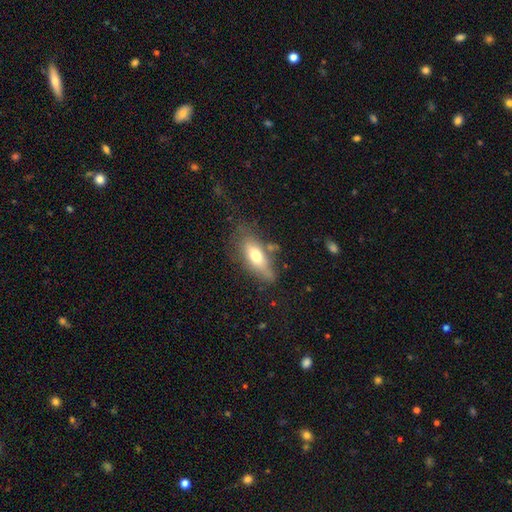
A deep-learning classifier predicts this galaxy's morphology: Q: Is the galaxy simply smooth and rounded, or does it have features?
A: smooth — 64%.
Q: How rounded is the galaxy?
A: in between — 71%.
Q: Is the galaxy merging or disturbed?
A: none — 58%.